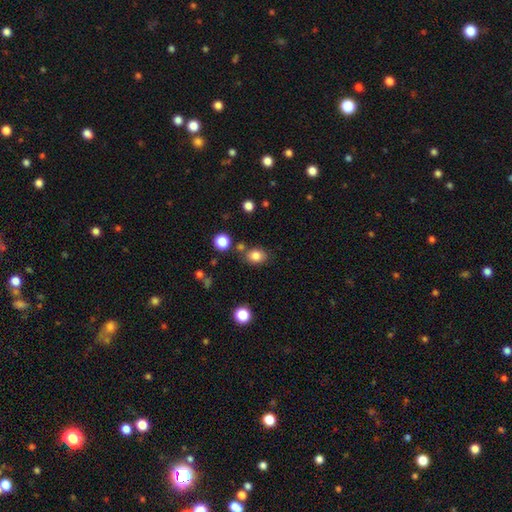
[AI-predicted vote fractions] smooth 82%, star or artifact 11%, featured or disk 6%. Down the decision tree: how rounded — round (52%); merging — none (75%).